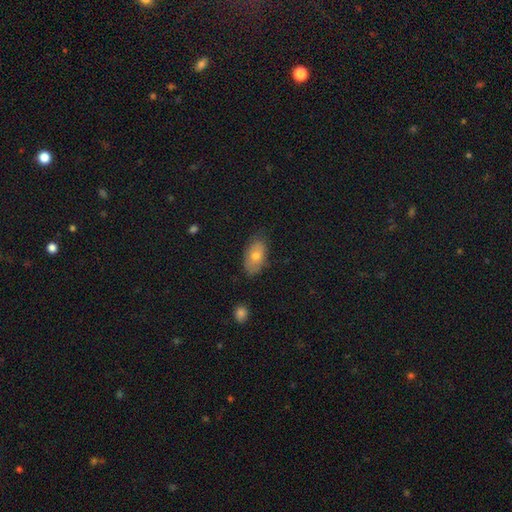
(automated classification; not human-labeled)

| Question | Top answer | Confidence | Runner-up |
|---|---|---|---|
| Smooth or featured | smooth | 68% | featured or disk (23%) |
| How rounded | in between | 91% | round (6%) |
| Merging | none | 76% | minor disturbance (19%) |